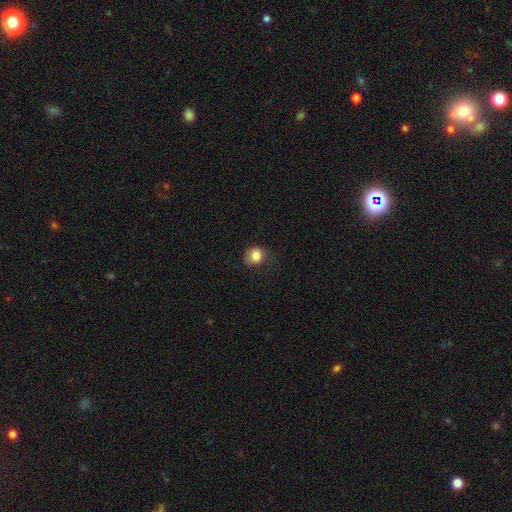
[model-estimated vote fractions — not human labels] Morphology: type=smooth (82%); roundness=round (75%); merging=none (67%).